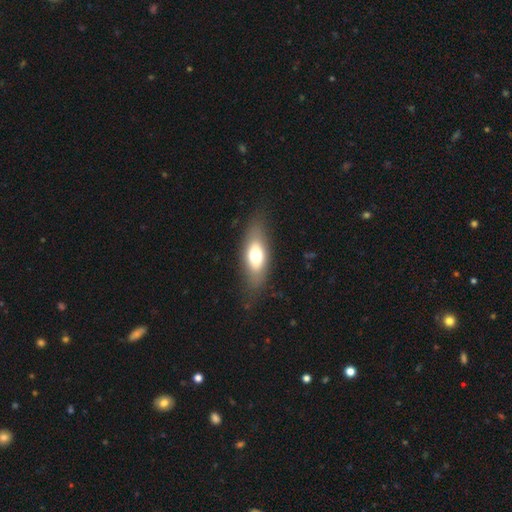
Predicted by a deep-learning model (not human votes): This is likely a smooth galaxy (63%). How rounded: likely in between (77%). Merging: likely none (79%).